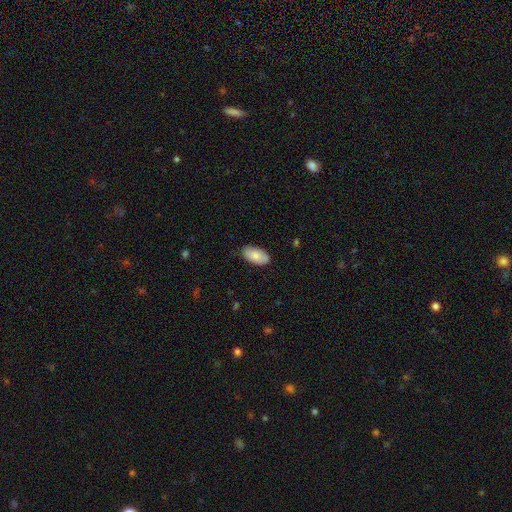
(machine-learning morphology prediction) smooth-or-featured: smooth: 83% | featured or disk: 11% | star or artifact: 6%
  how-rounded: in between: 95% | round: 3% | cigar-shaped: 2%
  merging: none: 82% | minor disturbance: 14% | major disturbance: 2% | merger: 1%